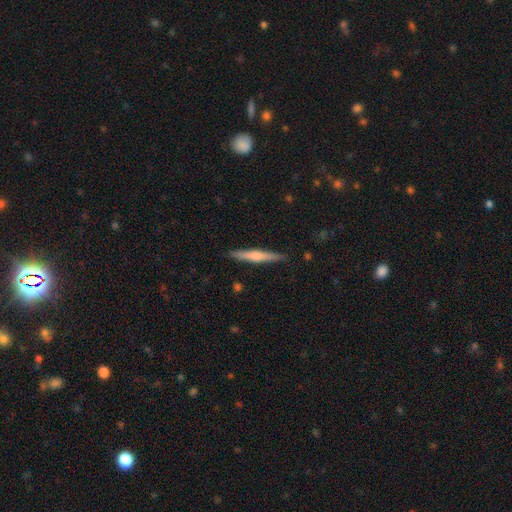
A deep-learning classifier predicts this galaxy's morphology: This is possibly a featured or disk galaxy (59%). It is clearly viewed edge-on (97%). Edge-on bulge: likely rounded (72%). Merging: clearly none (90%).